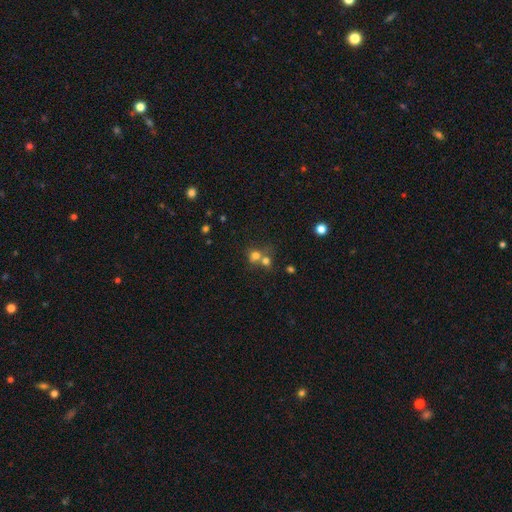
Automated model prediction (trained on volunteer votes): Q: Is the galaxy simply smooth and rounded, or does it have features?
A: smooth — 69%.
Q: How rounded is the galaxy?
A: round — 76%.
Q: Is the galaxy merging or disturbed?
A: merger — 55%.